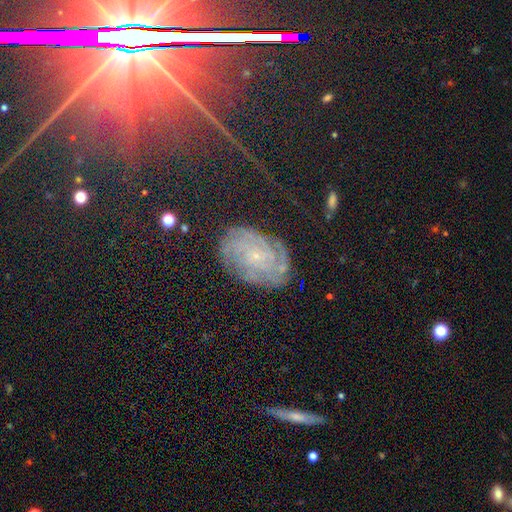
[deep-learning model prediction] A featured or disk galaxy (64%) with no bar (73%), tight (71%) spiral arms (92%) and a small central bulge (84%). Merging: none (80%).